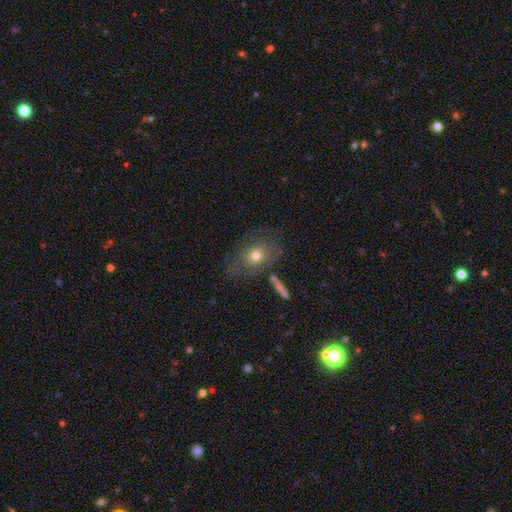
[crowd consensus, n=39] This appears to be a smooth galaxy with no disk features (67%) that is in between round and cigar-shaped (65%). Merging: none (62%).